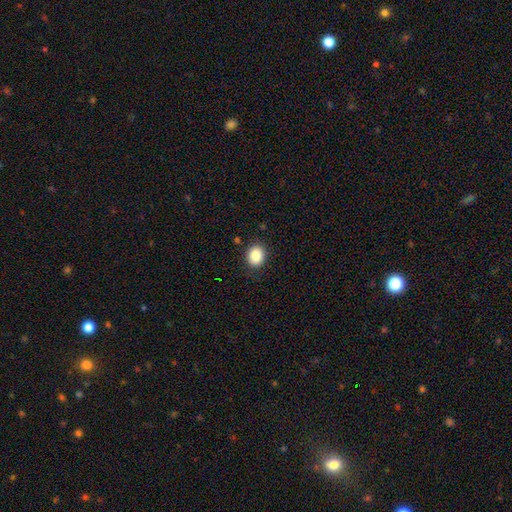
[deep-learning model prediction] A smooth galaxy with no disk features (88%) that is round (57%). Merging: none (86%).